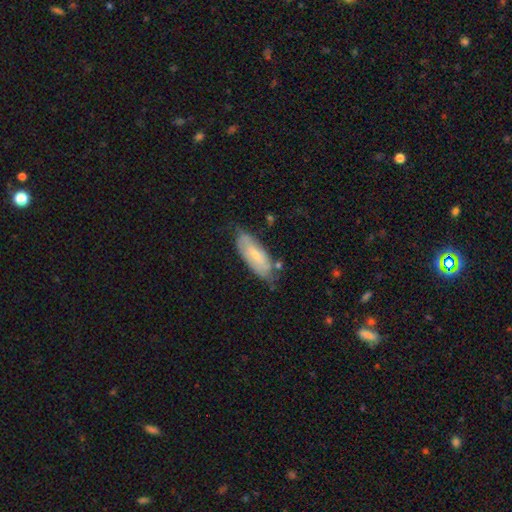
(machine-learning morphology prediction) A smooth galaxy with no disk features (51%) that is in between round and cigar-shaped (71%). Merging: none (63%).